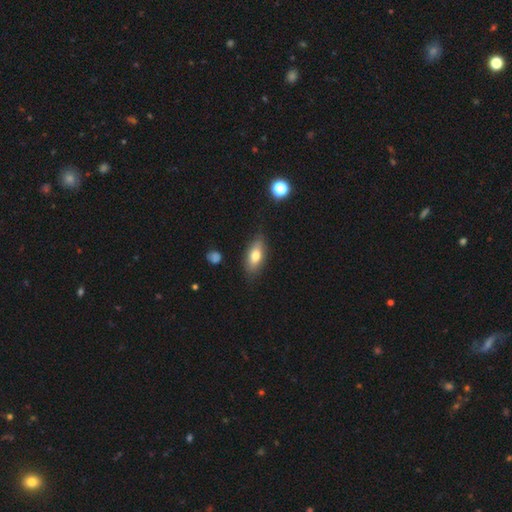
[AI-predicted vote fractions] smooth_or_featured: smooth (p=0.72) [alt: featured or disk p=0.20]
how_rounded: in between (p=0.80) [alt: cigar-shaped p=0.15]
merging: none (p=0.80) [alt: minor disturbance p=0.15]